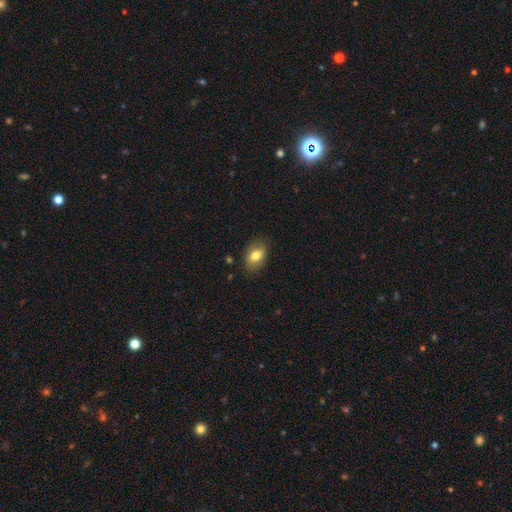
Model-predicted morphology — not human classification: smooth 78%, featured or disk 14%, star or artifact 8%. Down the decision tree: how rounded — in between (84%); merging — none (82%).